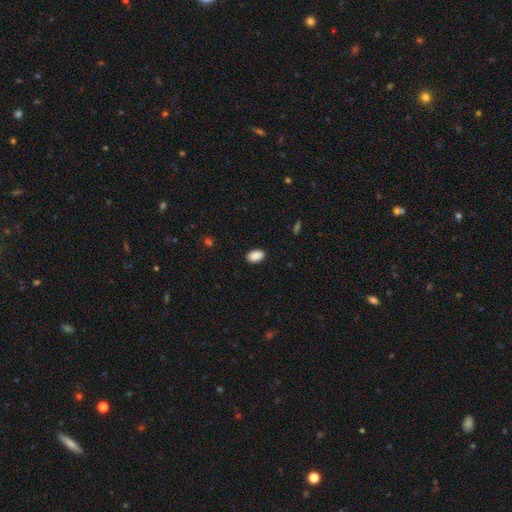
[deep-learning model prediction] This is clearly a smooth galaxy (90%). How rounded: clearly in between (91%). Merging: clearly none (89%).